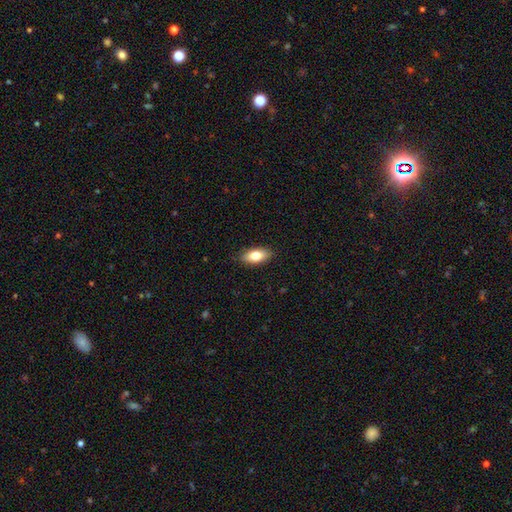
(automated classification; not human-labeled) Smooth or featured? smooth (77%)
How rounded? in between (87%)
Merging? none (88%)